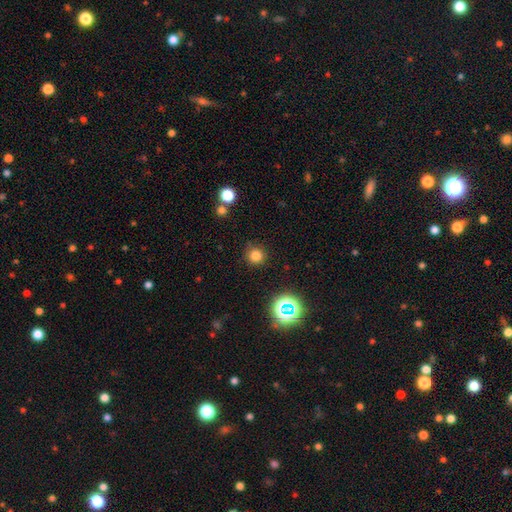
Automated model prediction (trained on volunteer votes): smooth 77%, star or artifact 18%, featured or disk 5%. Down the decision tree: how rounded — round (94%); merging — none (88%).